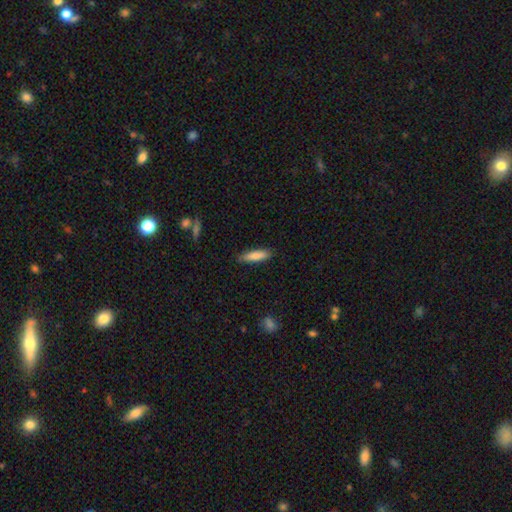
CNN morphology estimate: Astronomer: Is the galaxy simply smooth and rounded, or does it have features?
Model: smooth — 82%.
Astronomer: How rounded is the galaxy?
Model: cigar-shaped — 68%.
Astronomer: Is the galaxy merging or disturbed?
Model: none — 87%.